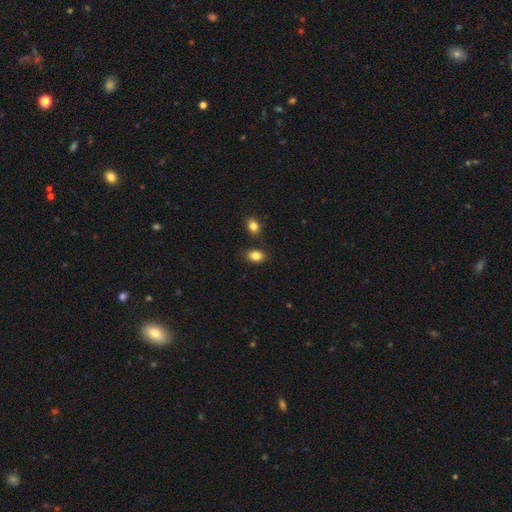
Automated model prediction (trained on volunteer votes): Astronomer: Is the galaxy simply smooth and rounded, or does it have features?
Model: smooth — 84%.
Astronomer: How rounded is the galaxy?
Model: in between — 76%.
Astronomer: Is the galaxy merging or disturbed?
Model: none — 79%.